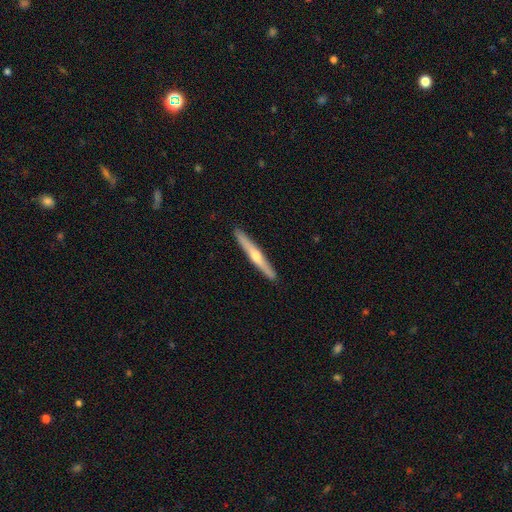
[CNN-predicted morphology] smooth-or-featured: featured or disk: 62% | smooth: 33% | star or artifact: 5%
  disk-edge-on: yes: 96% | no: 4%
    edge-on-bulge: rounded: 86% | none: 12% | boxy: 2%
  merging: none: 92% | minor disturbance: 6% | major disturbance: 1% | merger: 1%